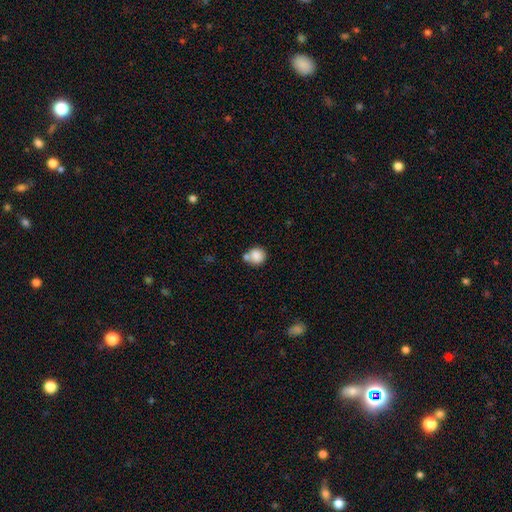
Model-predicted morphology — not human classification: A smooth galaxy with no disk features (83%) that is round (82%). Merging: none (51%).